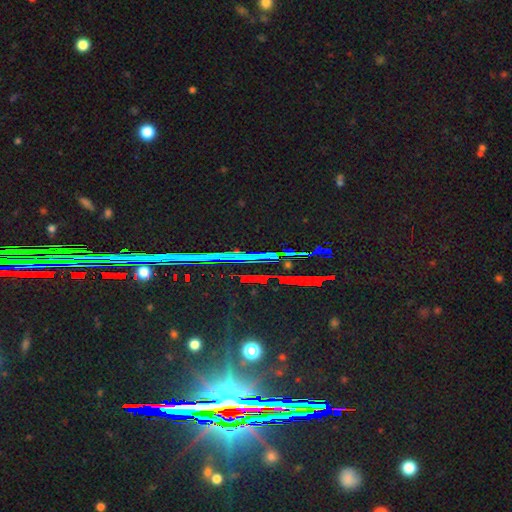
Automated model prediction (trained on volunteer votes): Smooth or featured: star or artifact — 85% (featured or disk — 8%)